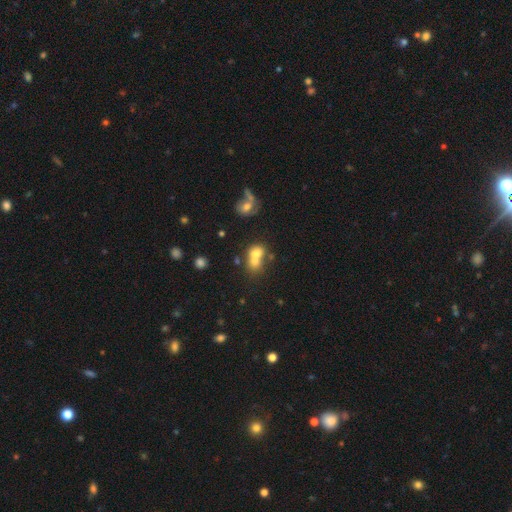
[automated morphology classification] This is likely a smooth galaxy (68%). How rounded: possibly round (59%). Merging: likely merger (64%).